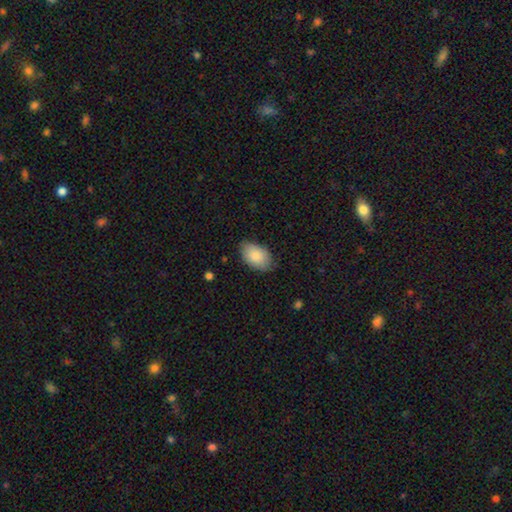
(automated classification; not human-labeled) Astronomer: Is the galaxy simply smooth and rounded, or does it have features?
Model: smooth — 84%.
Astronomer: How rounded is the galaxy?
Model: in between — 92%.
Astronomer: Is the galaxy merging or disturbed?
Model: none — 77%.